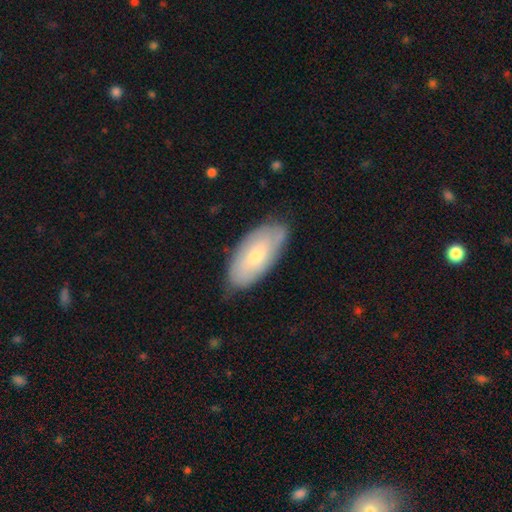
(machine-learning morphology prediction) type=smooth (57%); roundness=in between (92%); merging=none (74%).